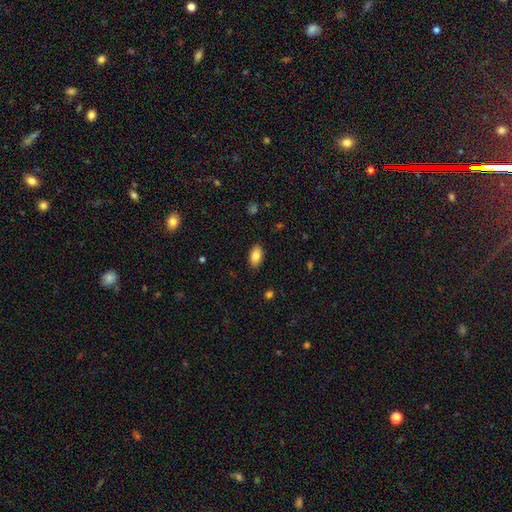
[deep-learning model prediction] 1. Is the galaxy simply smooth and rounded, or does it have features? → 84% smooth, 8% featured or disk, 7% star or artifact.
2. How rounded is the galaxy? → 92% in between, 4% round, 3% cigar-shaped.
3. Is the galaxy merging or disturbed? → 87% none, 10% minor disturbance, 2% major disturbance, 1% merger.